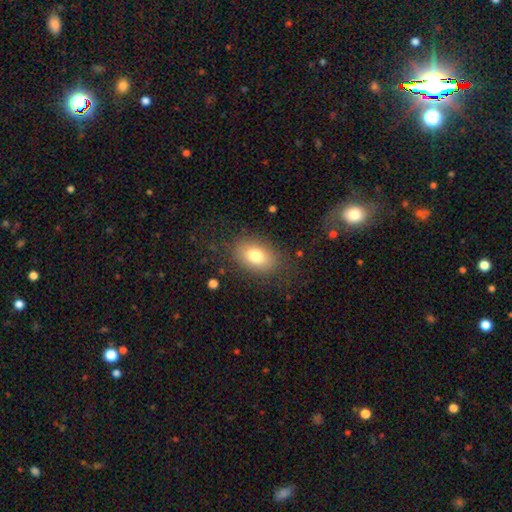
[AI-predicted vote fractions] smooth_or_featured: smooth (p=0.78) [alt: featured or disk p=0.13]
how_rounded: in between (p=0.80) [alt: round p=0.18]
merging: none (p=0.81) [alt: minor disturbance p=0.12]